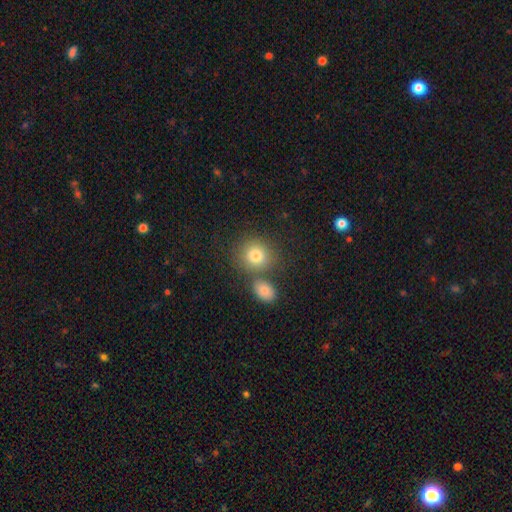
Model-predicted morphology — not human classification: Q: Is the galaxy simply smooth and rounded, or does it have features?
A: smooth — 79%.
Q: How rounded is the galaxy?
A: round — 78%.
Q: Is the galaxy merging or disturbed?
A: none — 65%.